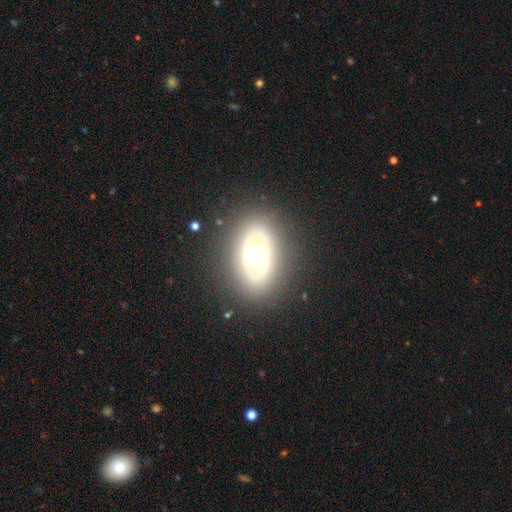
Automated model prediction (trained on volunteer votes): smooth-or-featured: featured or disk: 74% | smooth: 20% | star or artifact: 6%
  disk-edge-on: no: 95% | yes: 5%
    bar: no: 57% | weak: 28% | strong: 16%
    has-spiral-arms: yes: 57% | no: 43%
    bulge-size: large: 48% | moderate: 35% | dominant: 12% | small: 4% | none: 1%
  merging: none: 82% | minor disturbance: 11% | major disturbance: 6% | merger: 1%